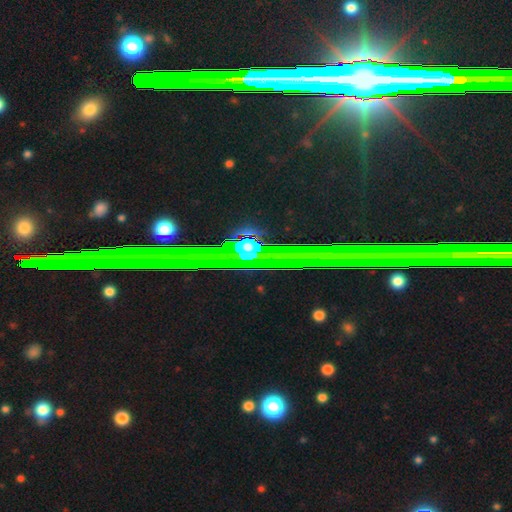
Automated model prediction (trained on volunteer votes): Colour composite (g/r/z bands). It shows a star or artifact, not a galaxy (80%).